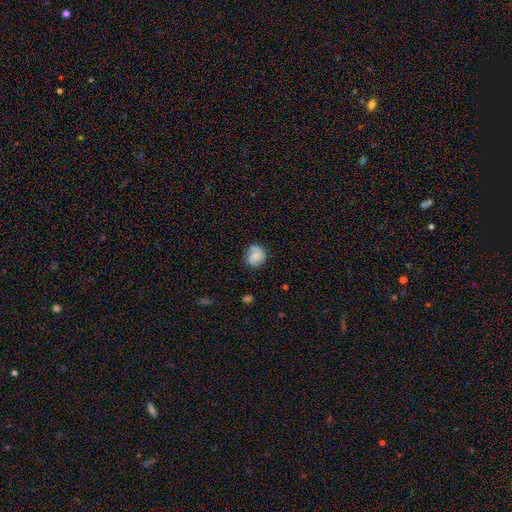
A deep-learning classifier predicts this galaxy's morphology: type=smooth (52%); roundness=round (77%); merging=none (71%).